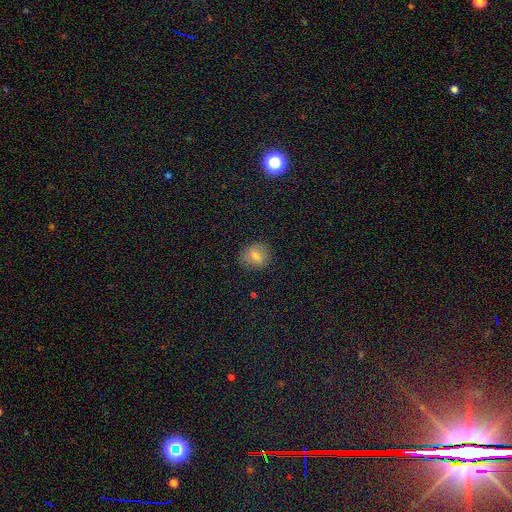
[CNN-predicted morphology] Smooth or featured? smooth (69%)
How rounded? round (74%)
Merging? none (85%)